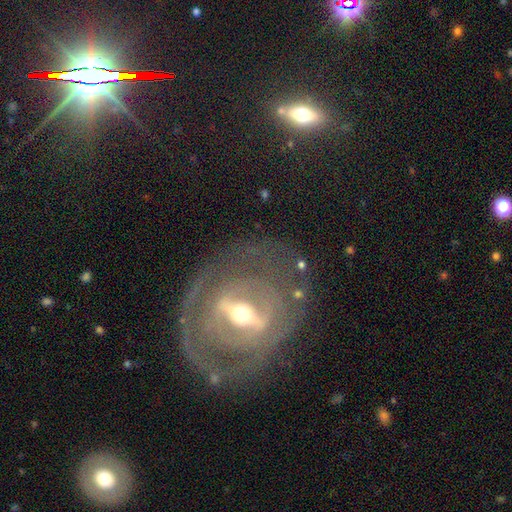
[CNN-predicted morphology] Q: Smooth or featured?
A: featured or disk (81%); runner-up: star or artifact (10%)
Q: Edge-on disk?
A: no (90%); runner-up: yes (10%)
Q: Bar?
A: strong (49%); runner-up: weak (37%)
Q: Spiral arms?
A: yes (78%); runner-up: no (22%)
Q: Spiral winding?
A: tight (70%); runner-up: medium (22%)
Q: Spiral arm count?
A: can't tell (51%); runner-up: 2 (21%)
Q: Bulge size?
A: moderate (61%); runner-up: small (32%)
Q: Merging?
A: none (67%); runner-up: minor disturbance (16%)